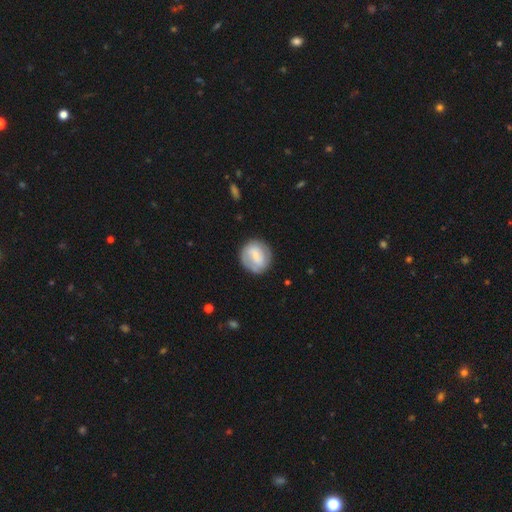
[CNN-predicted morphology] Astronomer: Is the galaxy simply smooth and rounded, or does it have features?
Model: smooth — 55% (runner-up: featured or disk, 38%).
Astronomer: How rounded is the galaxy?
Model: round — 81%.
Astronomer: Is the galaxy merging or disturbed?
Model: none — 78%.